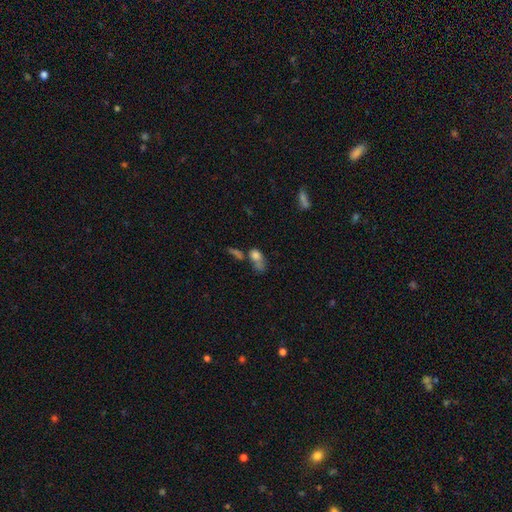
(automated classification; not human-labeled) This is likely a smooth galaxy (65%). How rounded: likely in between (63%). Merging: possibly merger (46%).